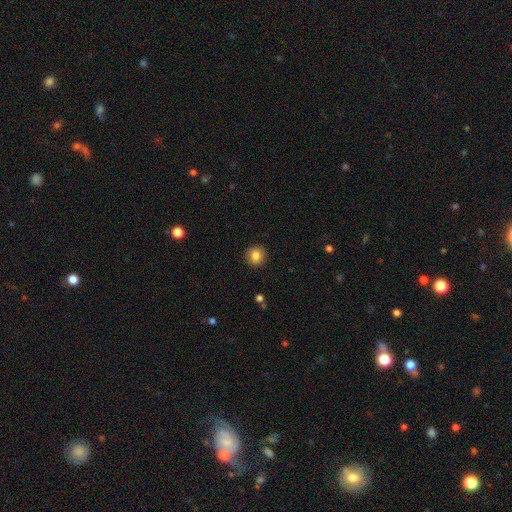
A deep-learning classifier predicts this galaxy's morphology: This appears to be a smooth galaxy with no disk features (84%) that is round (93%). Merging: none (91%).